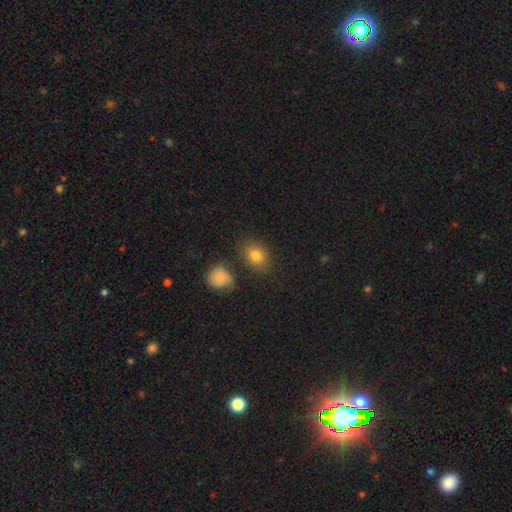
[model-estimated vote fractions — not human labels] smooth_or_featured: smooth (p=0.82) [alt: star or artifact p=0.10]
how_rounded: in between (p=0.59) [alt: round p=0.40]
merging: none (p=0.75) [alt: minor disturbance p=0.14]